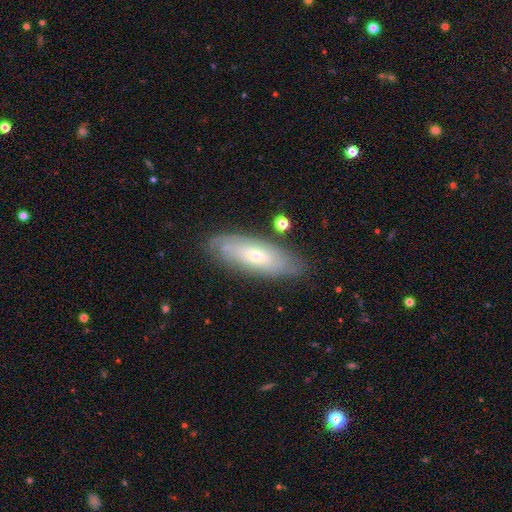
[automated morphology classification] smooth_or_featured: featured or disk (p=0.65) [alt: smooth p=0.28]
disk_edge_on: no (p=0.79) [alt: yes p=0.21]
bar: no (p=0.70) [alt: weak p=0.24]
has_spiral_arms: yes (p=0.79) [alt: no p=0.21]
bulge_size: small (p=0.59) [alt: moderate p=0.37]
merging: none (p=0.81) [alt: minor disturbance p=0.14]